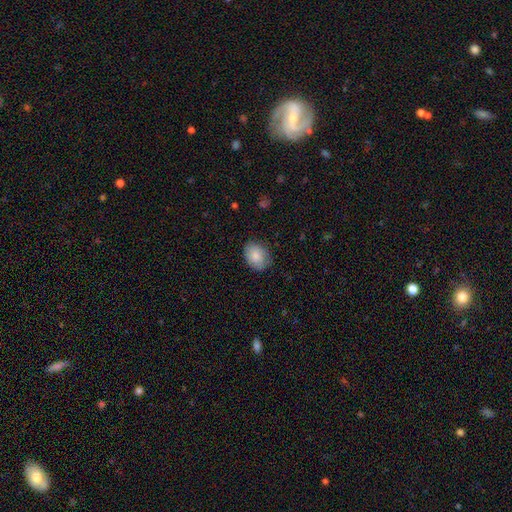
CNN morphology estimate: Overall: smooth (84%). How rounded: in between (68%; round 31%). Merging: none (80%).